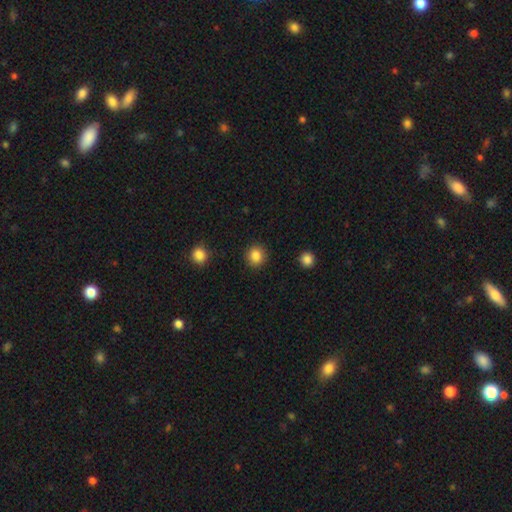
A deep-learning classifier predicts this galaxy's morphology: The model was most divided on "how rounded": round: 87%, in between: 12%, cigar-shaped: 1%. More confident: merging — none (90%); smooth or featured — smooth (86%).